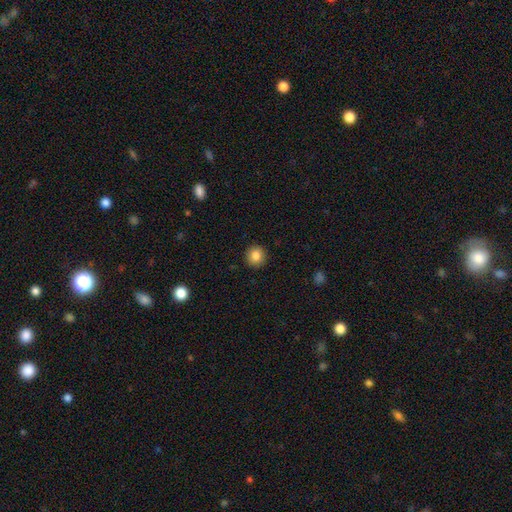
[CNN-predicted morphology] A smooth galaxy with no disk features (85%) that is round (93%). Merging: none (92%).